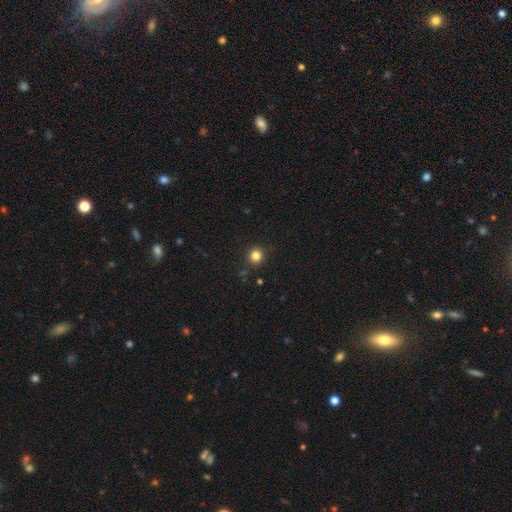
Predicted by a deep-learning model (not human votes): smooth_or_featured: smooth (p=0.82) [alt: star or artifact p=0.13]
how_rounded: round (p=0.93) [alt: in between p=0.06]
merging: none (p=0.90) [alt: minor disturbance p=0.07]